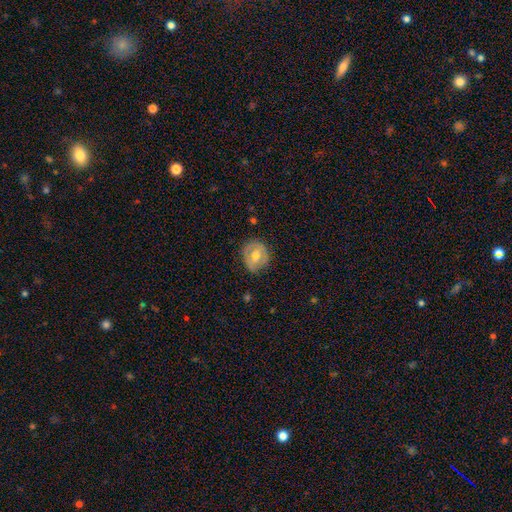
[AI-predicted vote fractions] The model was most divided on "smooth or featured": smooth: 49%, featured or disk: 43%, star or artifact: 8%. More confident: merging — none (74%).